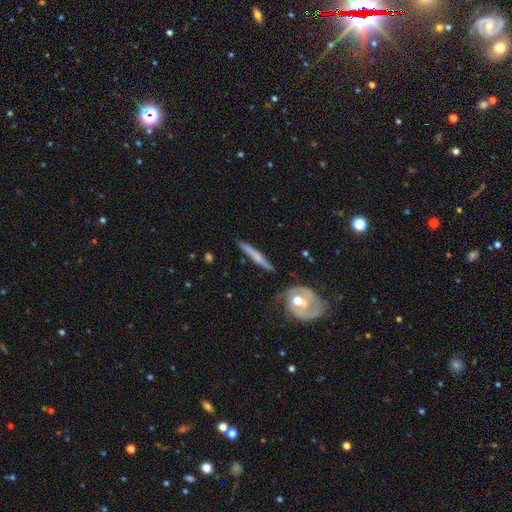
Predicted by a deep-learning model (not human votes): Smooth or featured: featured or disk — 55% (smooth — 40%)
Edge-on disk: yes — 87% (no — 13%)
Merging: none — 82% (minor disturbance — 12%)